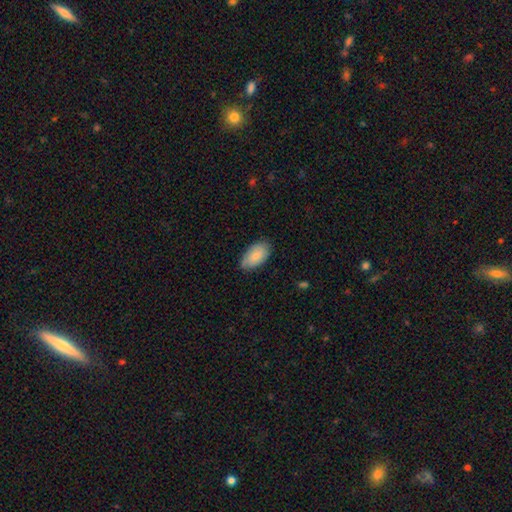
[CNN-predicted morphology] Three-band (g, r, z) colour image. It shows a smooth galaxy with no disk features (80%) that is in between round and cigar-shaped (95%). Merging: none (76%).